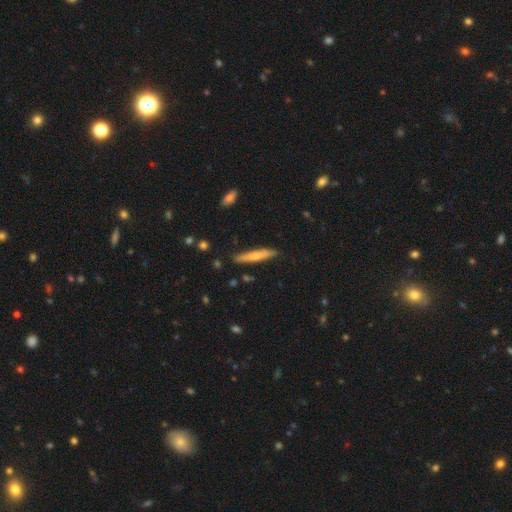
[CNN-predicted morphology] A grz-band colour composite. It shows a smooth galaxy with no disk features (64%) that is cigar-shaped (92%). Merging: none (86%).